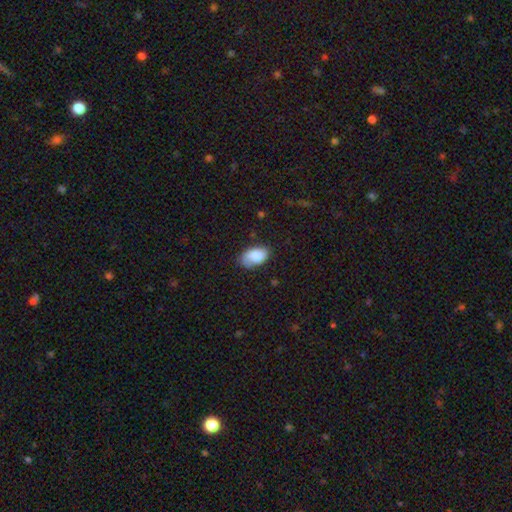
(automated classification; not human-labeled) This is clearly a smooth galaxy (82%). How rounded: clearly in between (93%). Merging: likely none (67%).